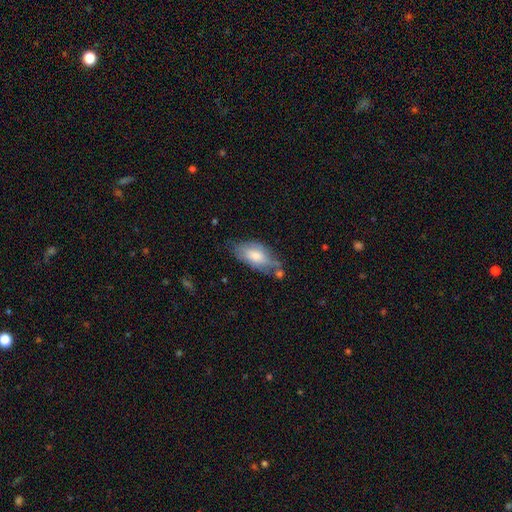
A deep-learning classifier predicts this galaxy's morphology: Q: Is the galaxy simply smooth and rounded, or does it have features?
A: smooth — 68%.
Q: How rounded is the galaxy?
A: in between — 89%.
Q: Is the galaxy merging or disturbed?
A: none — 47%.